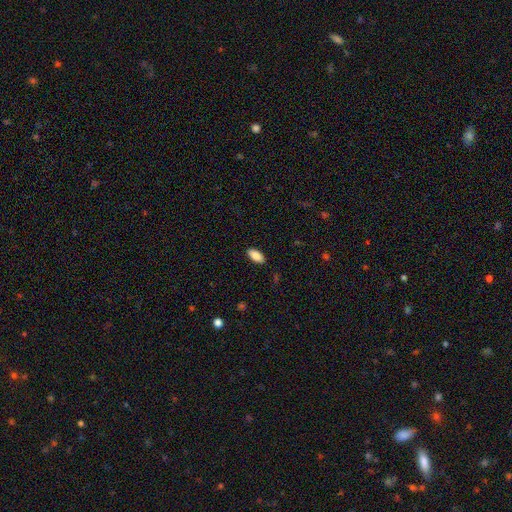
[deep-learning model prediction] Q: Smooth or featured?
A: smooth (87%); runner-up: star or artifact (7%)
Q: How rounded?
A: in between (90%); runner-up: cigar-shaped (8%)
Q: Merging?
A: none (89%); runner-up: minor disturbance (8%)